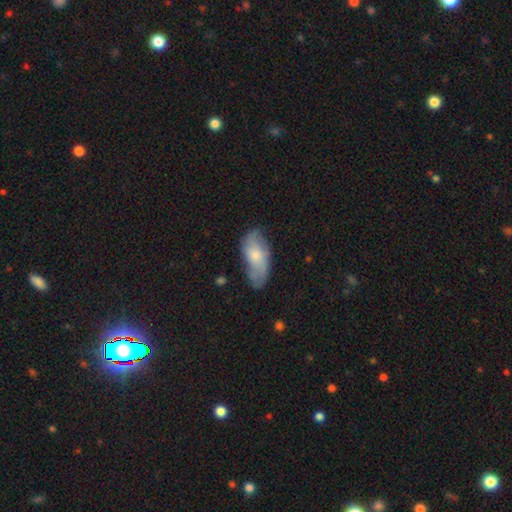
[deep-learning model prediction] Smooth or featured?
  - smooth: 53% *
  - featured or disk: 40%
  - star or artifact: 7%
How rounded?
  - in between: 88% *
  - cigar-shaped: 9%
  - round: 3%
Merging?
  - none: 56% *
  - minor disturbance: 31%
  - major disturbance: 11%
  - merger: 2%